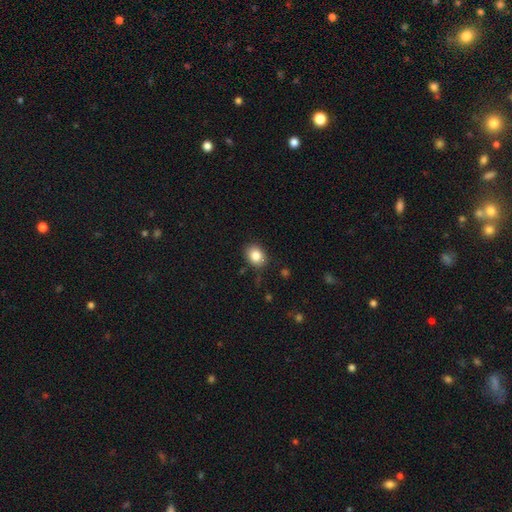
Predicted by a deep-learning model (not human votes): Smooth or featured? smooth (84%)
How rounded? in between (55%)
Merging? none (84%)